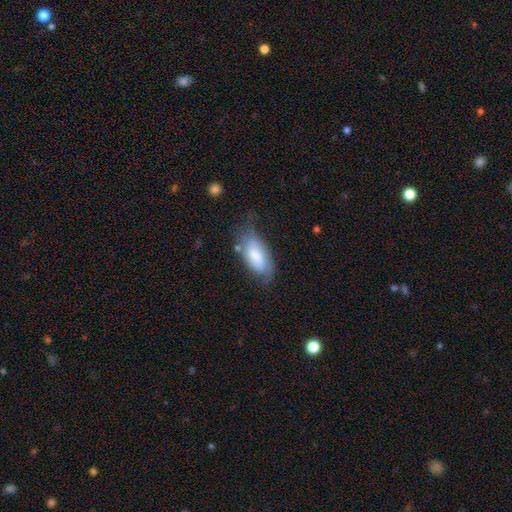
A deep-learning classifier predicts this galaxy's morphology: Smooth or featured?
  - smooth: 57% *
  - featured or disk: 36%
  - star or artifact: 7%
How rounded?
  - in between: 89% *
  - cigar-shaped: 8%
  - round: 3%
Merging?
  - none: 49% *
  - minor disturbance: 33%
  - major disturbance: 14%
  - merger: 4%